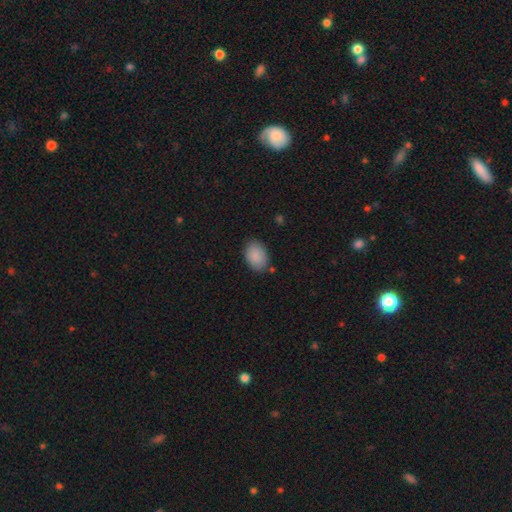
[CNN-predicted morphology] The model was most divided on "how rounded": in between: 84%, round: 15%, cigar-shaped: 1%. More confident: smooth or featured — smooth (89%); merging — none (82%).